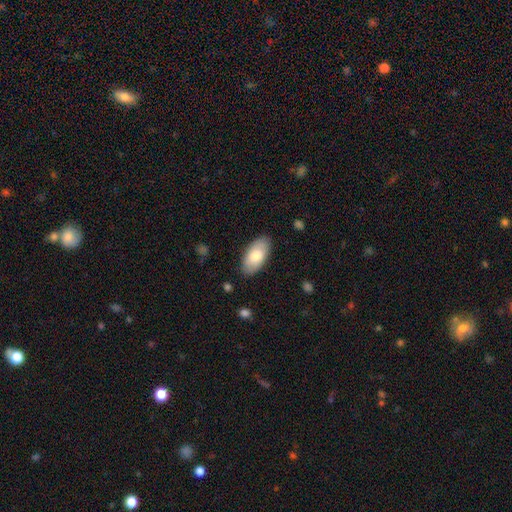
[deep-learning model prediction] This appears to be a smooth galaxy with no disk features (74%) that is in between round and cigar-shaped (94%). Merging: none (86%).